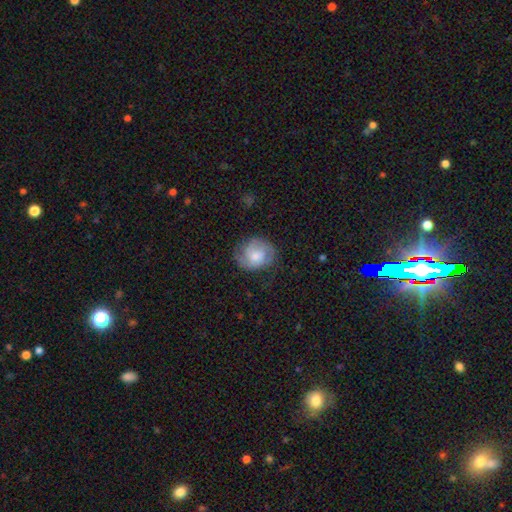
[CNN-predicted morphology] smooth-or-featured: featured or disk: 52% | smooth: 41% | star or artifact: 7%
  disk-edge-on: no: 97% | yes: 3%
    bar: no: 64% | weak: 31% | strong: 5%
    has-spiral-arms: yes: 85% | no: 15%
    bulge-size: moderate: 46% | small: 32% | large: 12% | none: 8% | dominant: 2%
  merging: none: 62% | minor disturbance: 24% | major disturbance: 12% | merger: 1%